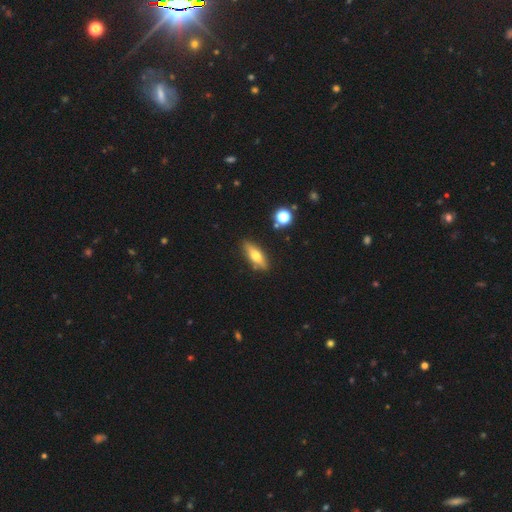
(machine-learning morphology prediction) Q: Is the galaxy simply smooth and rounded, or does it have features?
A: smooth — 53%.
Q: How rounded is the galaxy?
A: in between — 51%.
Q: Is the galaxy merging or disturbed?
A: none — 86%.